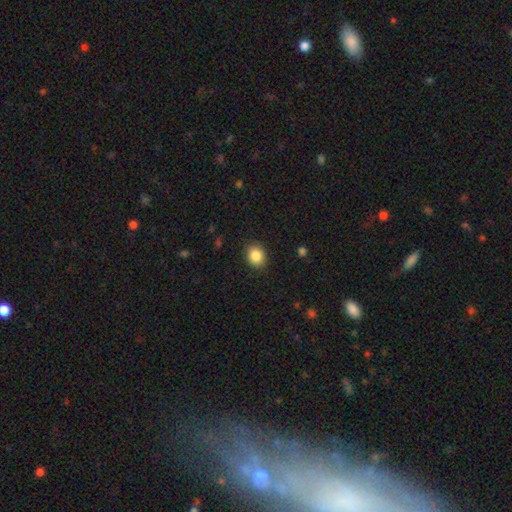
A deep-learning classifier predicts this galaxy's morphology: smooth 87%, star or artifact 9%, featured or disk 4%. Down the decision tree: how rounded — round (52%); merging — none (87%).